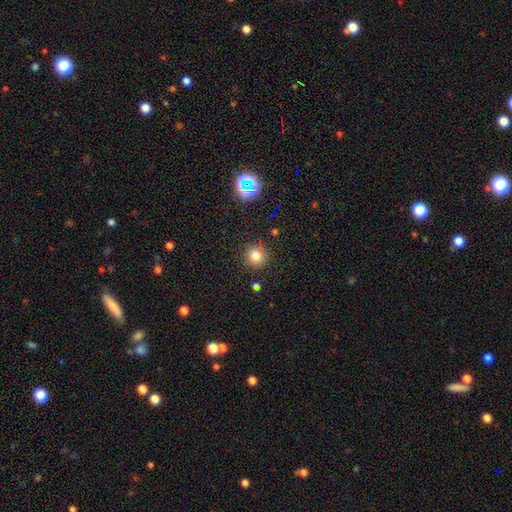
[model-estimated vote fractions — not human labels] smooth 75%, star or artifact 18%, featured or disk 7%. Down the decision tree: how rounded — round (91%); merging — none (82%).